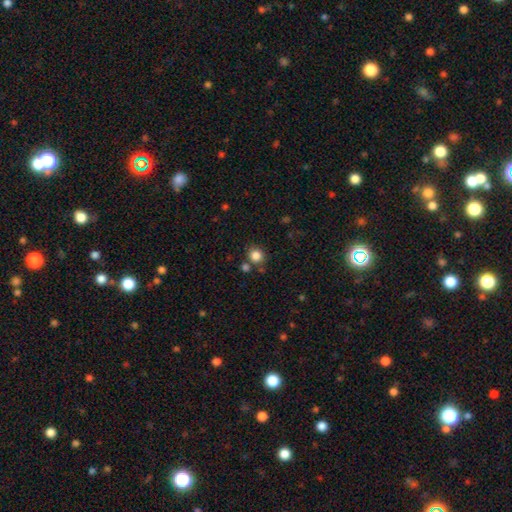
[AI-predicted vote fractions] Smooth or featured?
  - smooth: 84% *
  - star or artifact: 11%
  - featured or disk: 5%
How rounded?
  - round: 86% *
  - in between: 13%
  - cigar-shaped: 1%
Merging?
  - none: 77% *
  - merger: 10%
  - minor disturbance: 10%
  - major disturbance: 3%